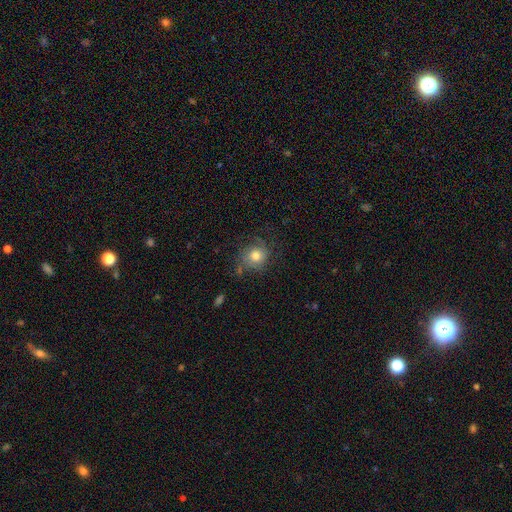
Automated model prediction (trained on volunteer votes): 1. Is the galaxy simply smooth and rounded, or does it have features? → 58% smooth, 31% featured or disk, 10% star or artifact.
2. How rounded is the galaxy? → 83% round, 16% in between, 1% cigar-shaped.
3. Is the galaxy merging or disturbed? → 64% none, 21% minor disturbance, 13% major disturbance, 2% merger.